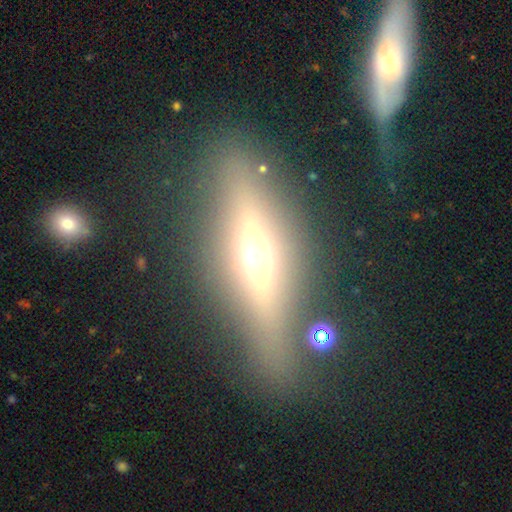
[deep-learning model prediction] Smooth or featured?
  - featured or disk: 67% *
  - smooth: 25%
  - star or artifact: 8%
Edge-on disk?
  - yes: 88% *
  - no: 12%
Edge-on bulge?
  - rounded: 89% *
  - boxy: 6%
  - none: 5%
Merging?
  - none: 71% *
  - minor disturbance: 16%
  - major disturbance: 8%
  - merger: 4%